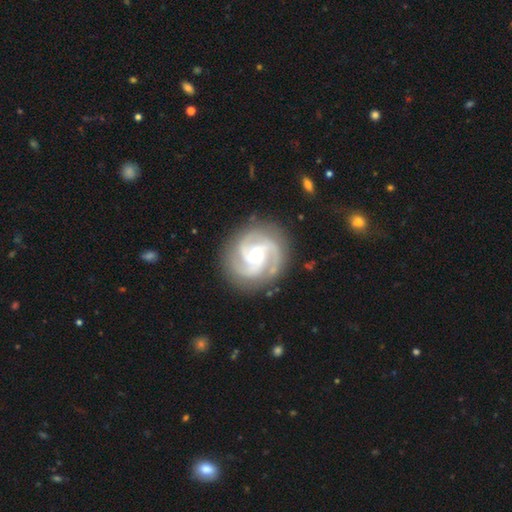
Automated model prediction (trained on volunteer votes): Smooth or featured?
  - featured or disk: 91% *
  - smooth: 5%
  - star or artifact: 4%
Edge-on disk?
  - no: 98% *
  - yes: 2%
Bar?
  - no: 61% *
  - weak: 30%
  - strong: 10%
Spiral arms?
  - yes: 99% *
  - no: 1%
Spiral winding?
  - tight: 52% *
  - medium: 43%
  - loose: 6%
Spiral arm count?
  - 3: 66% *
  - 2: 11%
  - 4: 10%
  - can't tell: 5%
  - 1: 4%
  - more than 4: 4%
Bulge size?
  - small: 61% *
  - moderate: 34%
  - large: 3%
  - none: 2%
  - dominant: 1%
Merging?
  - none: 84% *
  - minor disturbance: 11%
  - major disturbance: 4%
  - merger: 1%